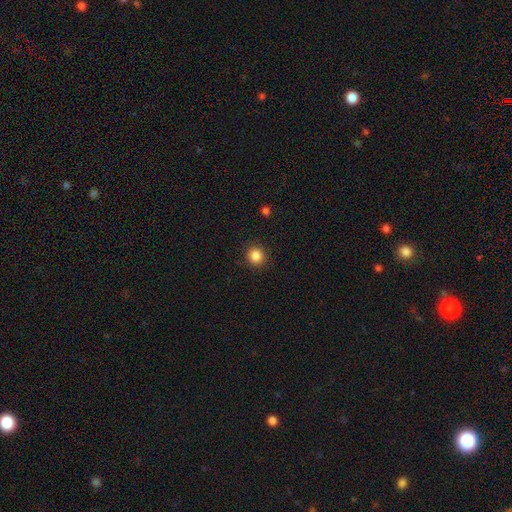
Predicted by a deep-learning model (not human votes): smooth 86%, star or artifact 11%, featured or disk 4%. Down the decision tree: how rounded — round (90%); merging — none (90%).